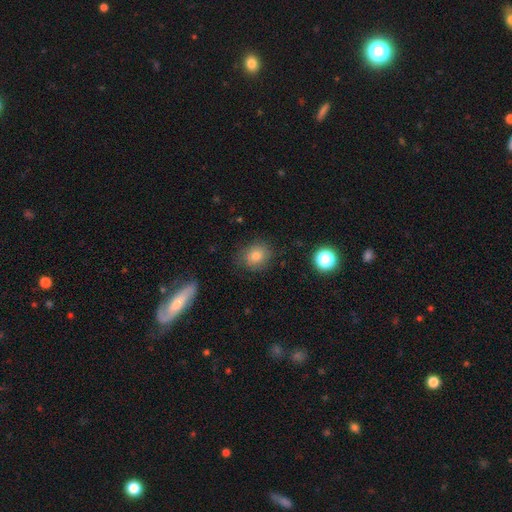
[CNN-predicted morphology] This is likely a smooth galaxy (76%). How rounded: likely round (71%). Merging: clearly none (81%).